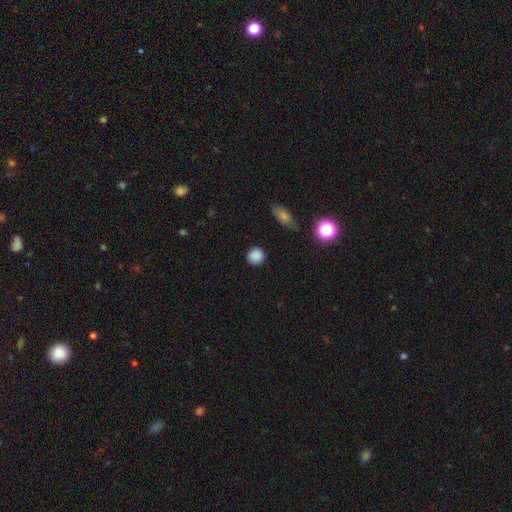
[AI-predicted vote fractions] A smooth galaxy with no disk features (86%) that is round (89%).

Vote fractions:
- Smooth or featured? smooth: 86% / star or artifact: 10% / featured or disk: 3%
- How rounded? round: 89% / in between: 10% / cigar-shaped: 1%
- Merging? none: 89% / minor disturbance: 7% / major disturbance: 2% / merger: 1%